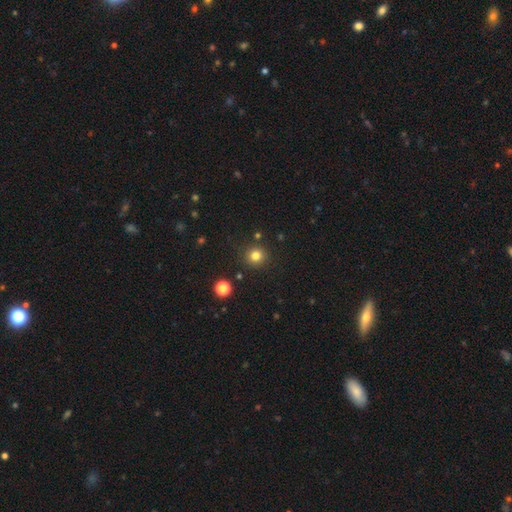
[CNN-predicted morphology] A smooth galaxy with no disk features (80%) that is round (92%).

Vote fractions:
- Smooth or featured? smooth: 80% / star or artifact: 14% / featured or disk: 5%
- How rounded? round: 92% / in between: 7% / cigar-shaped: 1%
- Merging? none: 88% / minor disturbance: 7% / merger: 3% / major disturbance: 2%